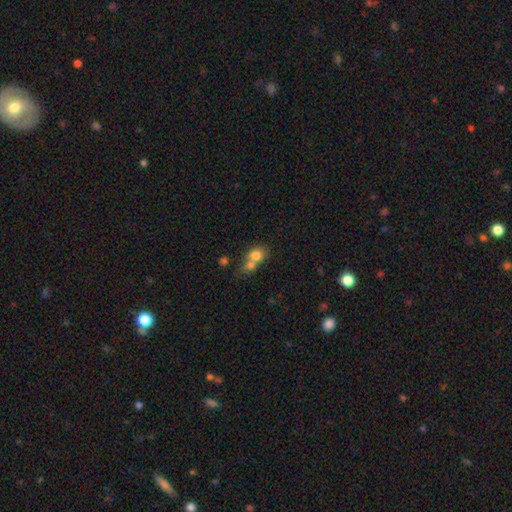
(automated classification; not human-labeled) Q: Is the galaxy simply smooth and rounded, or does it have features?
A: smooth — 77%.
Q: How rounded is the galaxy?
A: round — 60%.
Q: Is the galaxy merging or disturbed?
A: merger — 65%.